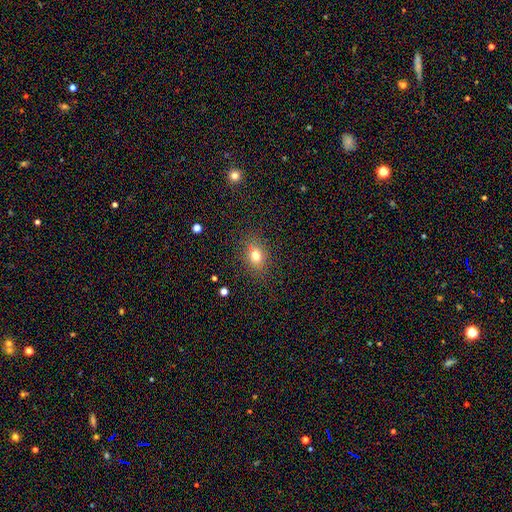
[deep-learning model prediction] Q: Smooth or featured?
A: smooth (72%); runner-up: star or artifact (16%)
Q: How rounded?
A: in between (58%); runner-up: round (39%)
Q: Merging?
A: none (84%); runner-up: minor disturbance (10%)